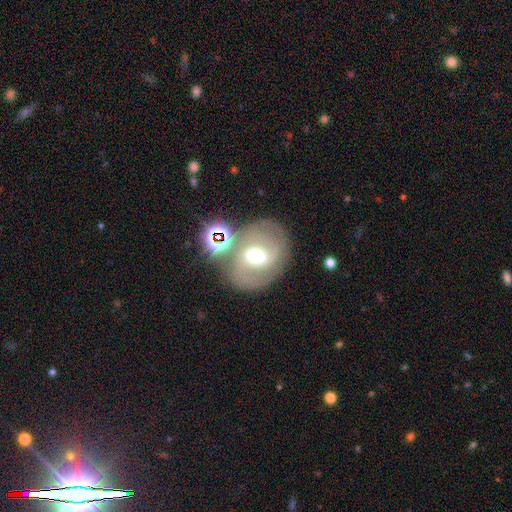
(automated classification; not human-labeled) smooth-or-featured: featured or disk: 59% | smooth: 29% | star or artifact: 12%
  disk-edge-on: no: 95% | yes: 5%
    bar: weak: 48% | strong: 26% | no: 26%
    has-spiral-arms: yes: 67% | no: 33%
    bulge-size: moderate: 68% | small: 18% | large: 11% | dominant: 2% | none: 1%
  merging: none: 63% | merger: 16% | minor disturbance: 14% | major disturbance: 8%